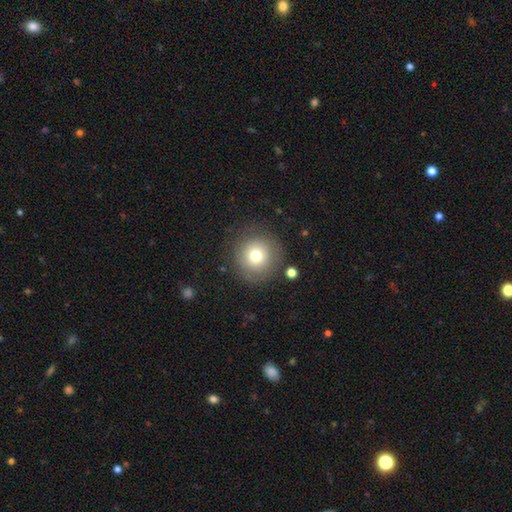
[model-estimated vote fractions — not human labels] Smooth or featured?
  - smooth: 74% *
  - featured or disk: 14%
  - star or artifact: 12%
How rounded?
  - round: 95% *
  - in between: 4%
  - cigar-shaped: 1%
Merging?
  - none: 83% *
  - minor disturbance: 10%
  - major disturbance: 4%
  - merger: 2%